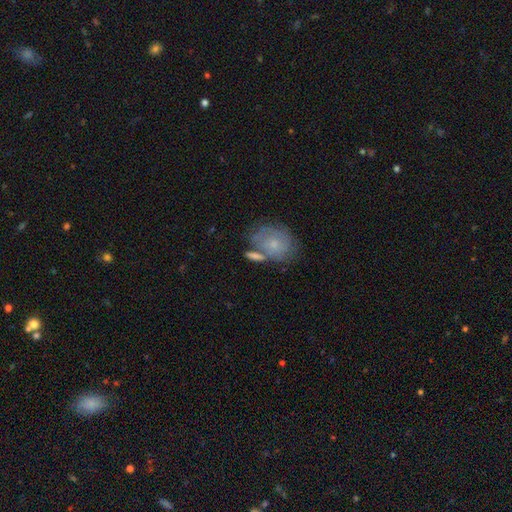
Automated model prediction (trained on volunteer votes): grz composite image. It shows a smooth galaxy with no disk features (53%) that is in between round and cigar-shaped (61%). Merging: none (45%).